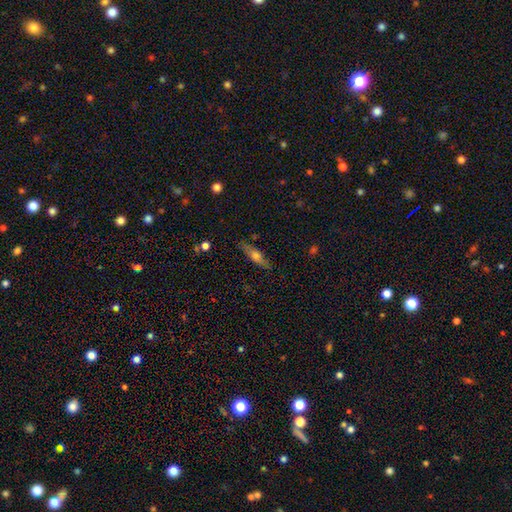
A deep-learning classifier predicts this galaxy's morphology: This is possibly a featured or disk galaxy (51%). It is clearly viewed edge-on (89%). Merging: clearly none (86%).